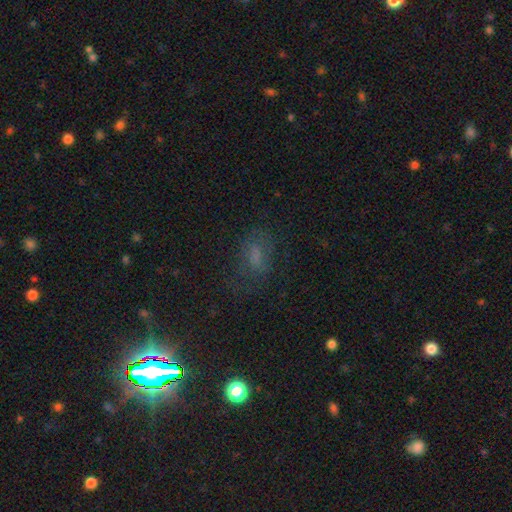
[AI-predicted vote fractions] Smooth or featured? smooth (48%)
Merging? none (61%)